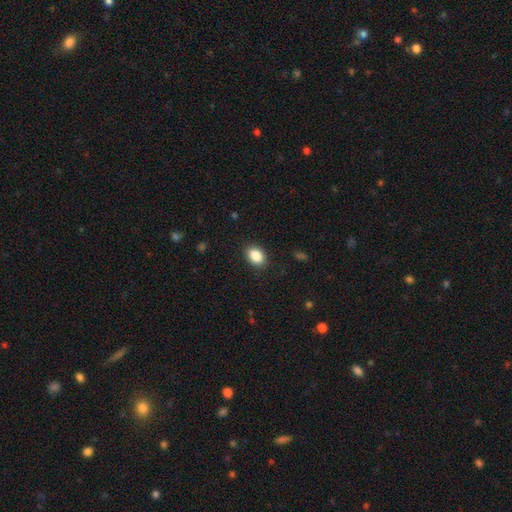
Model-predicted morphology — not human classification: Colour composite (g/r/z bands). It shows a smooth galaxy with no disk features (88%) that is in between round and cigar-shaped (77%). Merging: none (89%).